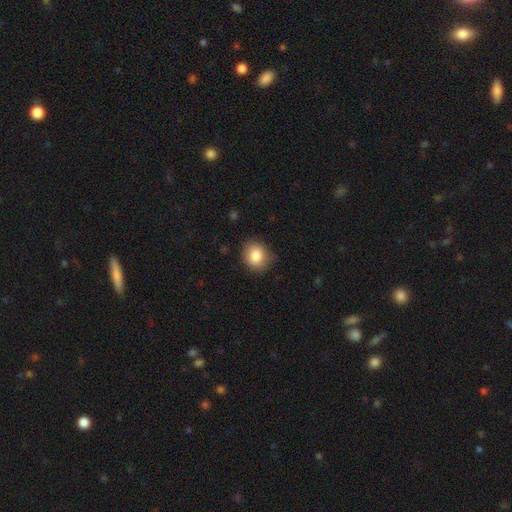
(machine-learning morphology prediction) The model was most divided on "how rounded": round: 68%, in between: 31%, cigar-shaped: 1%. More confident: smooth or featured — smooth (84%); merging — none (79%).